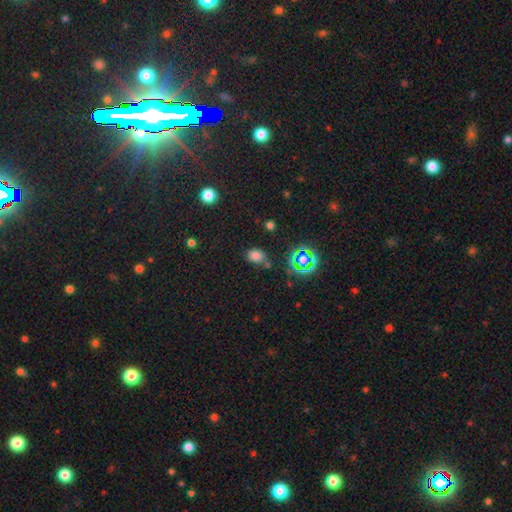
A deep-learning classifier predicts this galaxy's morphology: smooth_or_featured: smooth (p=0.69) [alt: star or artifact p=0.25]
how_rounded: in between (p=0.59) [alt: round p=0.40]
merging: none (p=0.68) [alt: minor disturbance p=0.17]